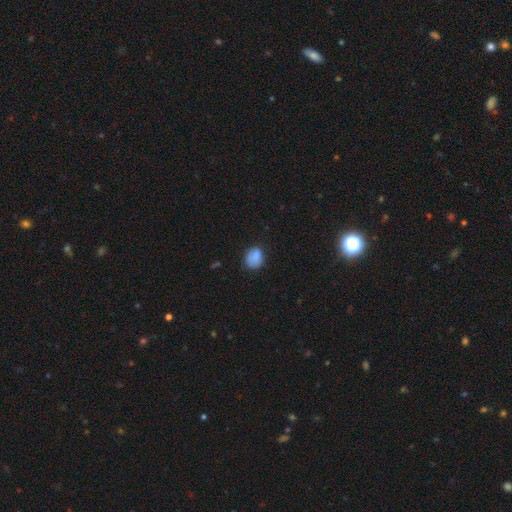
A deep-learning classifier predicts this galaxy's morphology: This is clearly a smooth galaxy (83%). How rounded: possibly round (51%). Merging: likely none (65%).